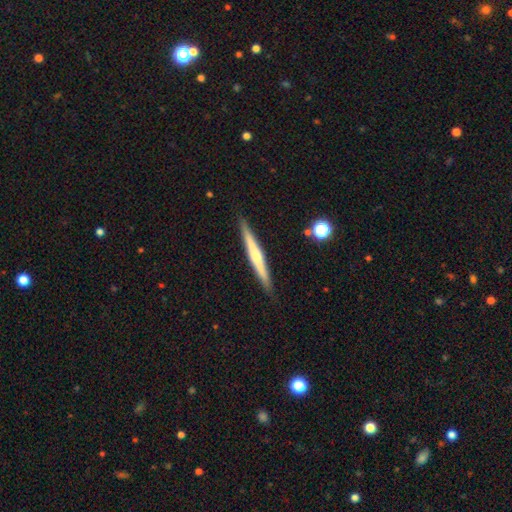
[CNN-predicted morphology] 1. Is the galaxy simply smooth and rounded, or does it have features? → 60% featured or disk, 35% smooth, 6% star or artifact.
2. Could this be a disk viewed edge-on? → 98% yes, 2% no.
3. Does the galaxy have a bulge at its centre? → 63% rounded, 29% none, 8% boxy.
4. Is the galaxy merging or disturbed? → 90% none, 7% minor disturbance, 1% major disturbance, 1% merger.